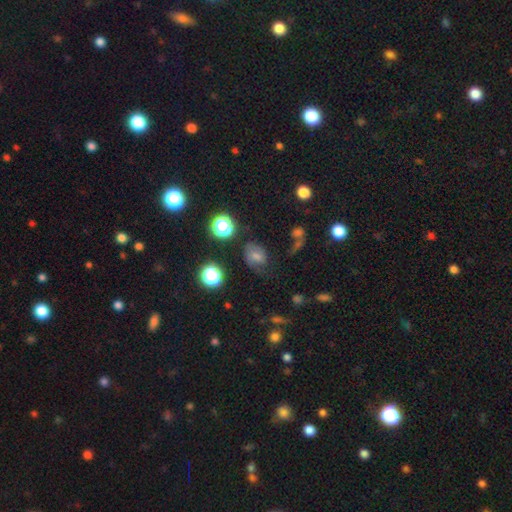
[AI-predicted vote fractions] This appears to be a smooth galaxy with no disk features (57%) that is in between round and cigar-shaped (53%). Merging: none (51%).